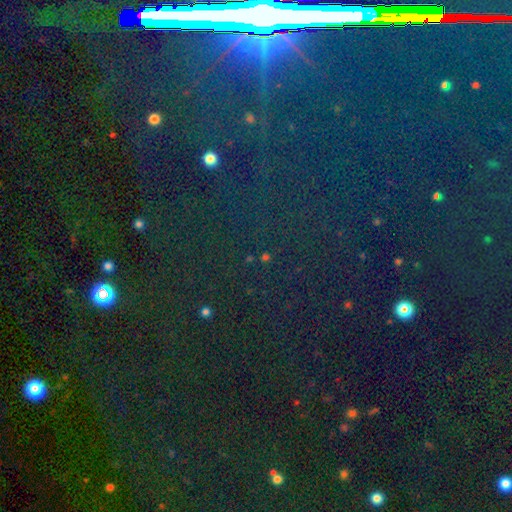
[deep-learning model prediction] This appears to be a star or artifact, not a galaxy (78%).